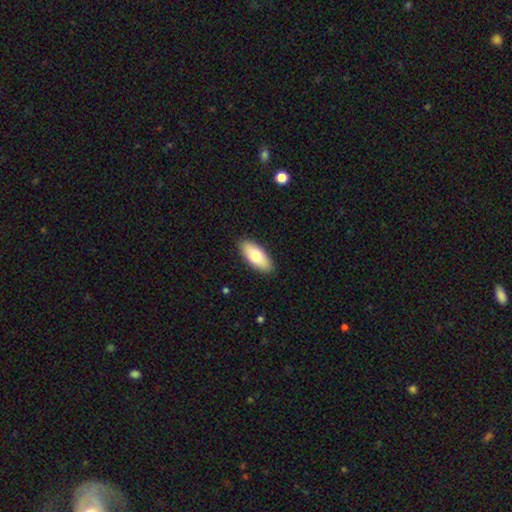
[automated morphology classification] smooth-or-featured: smooth: 73% | featured or disk: 21% | star or artifact: 6%
  how-rounded: in between: 87% | cigar-shaped: 11% | round: 2%
  merging: none: 89% | minor disturbance: 8% | major disturbance: 2% | merger: 1%